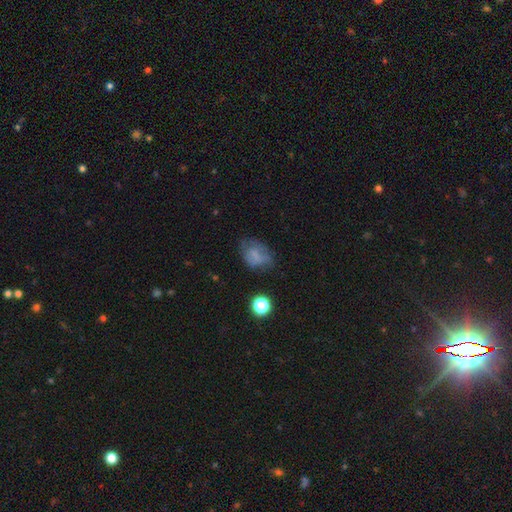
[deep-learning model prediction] Q: Smooth or featured?
A: smooth (57%); runner-up: featured or disk (27%)
Q: How rounded?
A: in between (65%); runner-up: round (34%)
Q: Merging?
A: none (46%); runner-up: minor disturbance (29%)